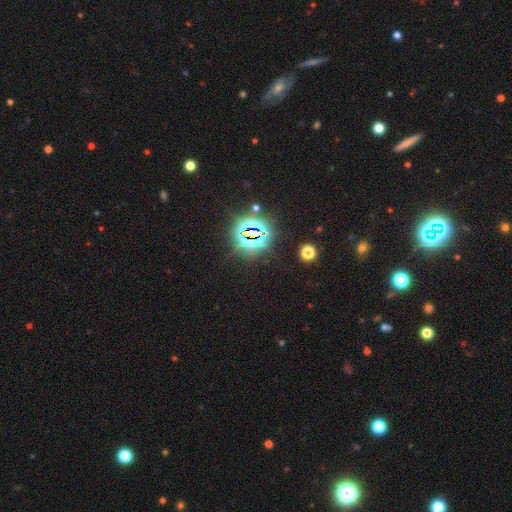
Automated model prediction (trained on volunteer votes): Q: Smooth or featured?
A: star or artifact (85%); runner-up: smooth (9%)